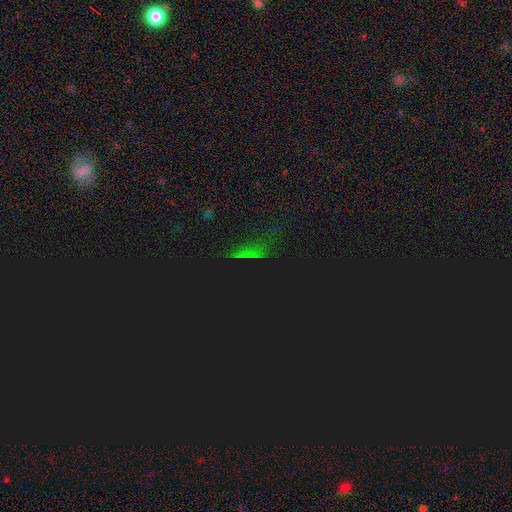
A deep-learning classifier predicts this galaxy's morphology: Overall: star or artifact (78%).